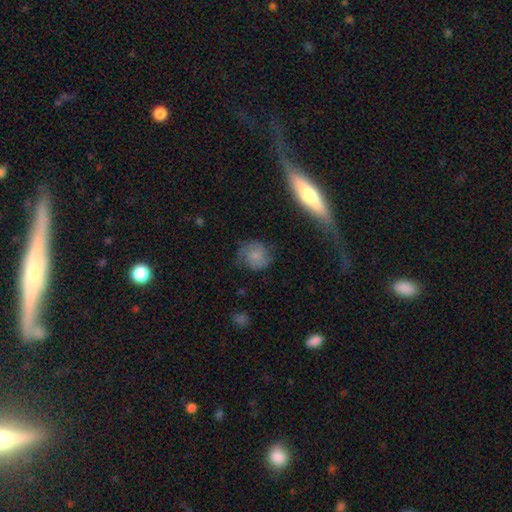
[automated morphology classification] The model was most divided on "smooth or featured": smooth: 57%, featured or disk: 33%, star or artifact: 10%. More confident: how rounded — round (80%); merging — none (64%).